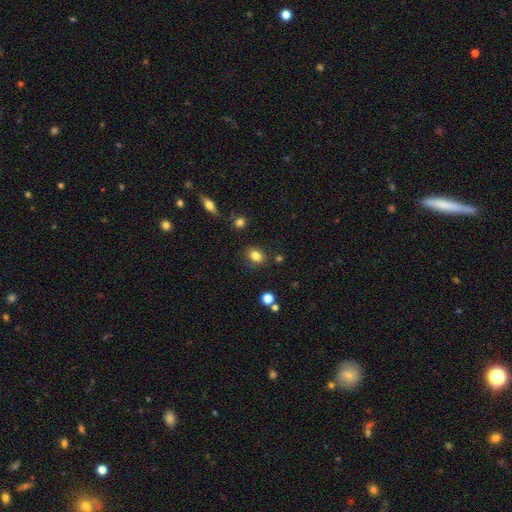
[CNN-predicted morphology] smooth_or_featured: smooth (p=0.83) [alt: star or artifact p=0.10]
how_rounded: in between (p=0.67) [alt: round p=0.32]
merging: none (p=0.79) [alt: minor disturbance p=0.13]